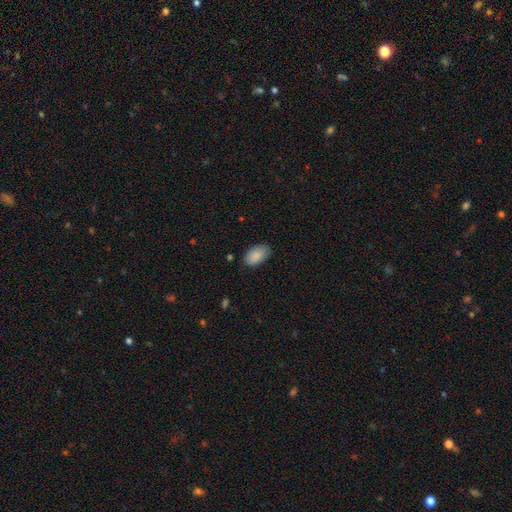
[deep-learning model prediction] This is clearly a smooth galaxy (89%). How rounded: clearly in between (94%). Merging: clearly none (83%).